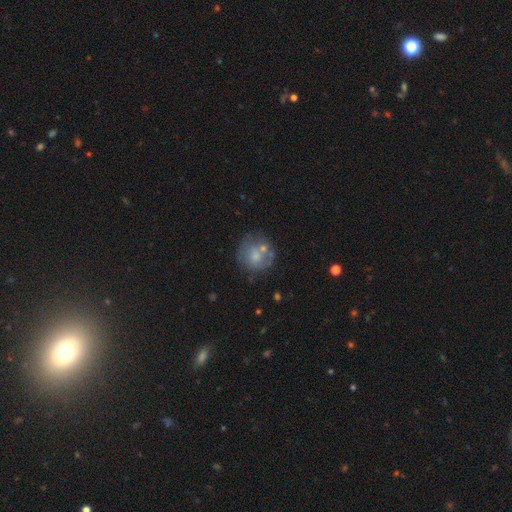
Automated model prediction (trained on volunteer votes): Q: Smooth or featured?
A: smooth (55%); runner-up: featured or disk (36%)
Q: How rounded?
A: round (86%); runner-up: in between (13%)
Q: Merging?
A: none (55%); runner-up: minor disturbance (20%)